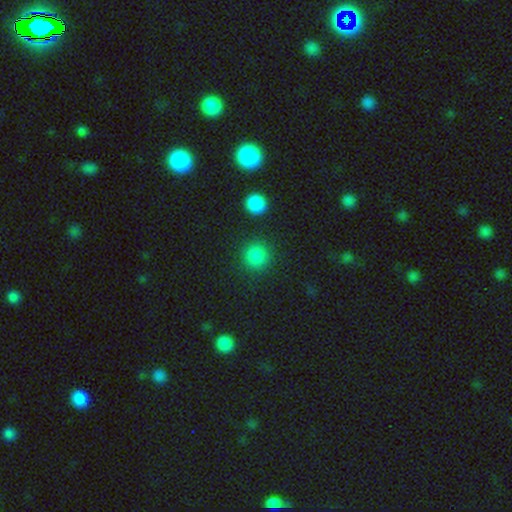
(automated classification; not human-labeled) Morphology: type=smooth (85%); roundness=round (94%); merging=none (89%).